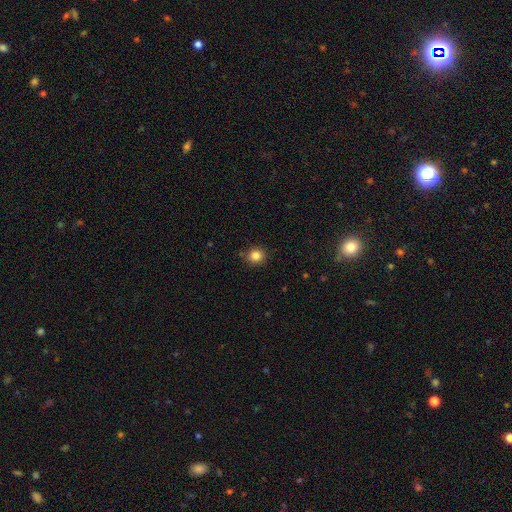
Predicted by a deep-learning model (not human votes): The model was most divided on "smooth or featured": smooth: 84%, star or artifact: 11%, featured or disk: 4%. More confident: how rounded — round (87%); merging — none (86%).